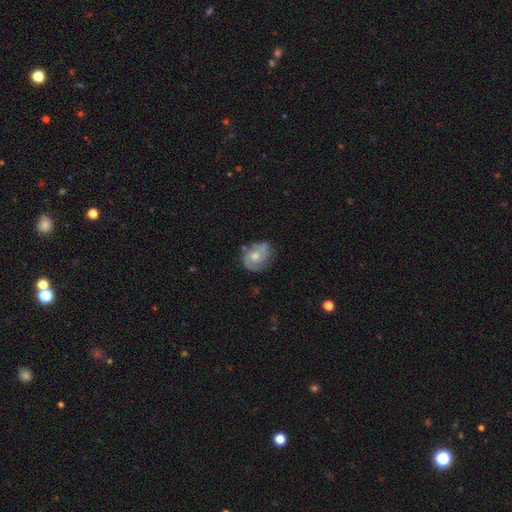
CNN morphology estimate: Smooth or featured: featured or disk — 63% (smooth — 30%)
Edge-on disk: no — 97% (yes — 3%)
Bar: no — 72% (weak — 24%)
Spiral arms: yes — 85% (no — 15%)
Spiral winding: medium — 43% (tight — 37%)
Spiral arm count: 2 — 65% (can't tell — 16%)
Bulge size: moderate — 56% (small — 34%)
Merging: none — 62% (minor disturbance — 25%)